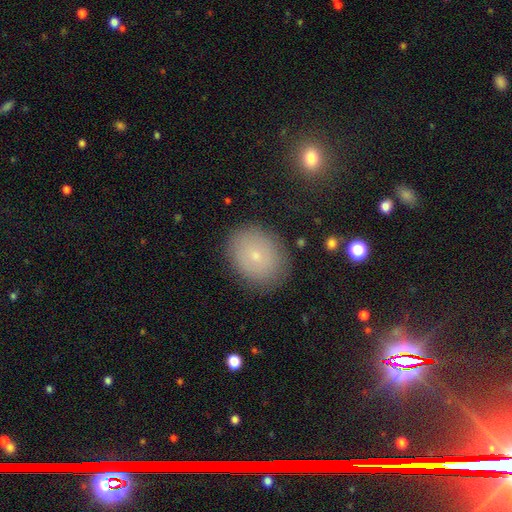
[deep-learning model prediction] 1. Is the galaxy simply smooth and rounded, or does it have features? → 68% smooth, 21% featured or disk, 11% star or artifact.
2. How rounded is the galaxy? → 53% in between, 46% round, 1% cigar-shaped.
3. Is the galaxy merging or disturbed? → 84% none, 11% minor disturbance, 3% major disturbance, 1% merger.